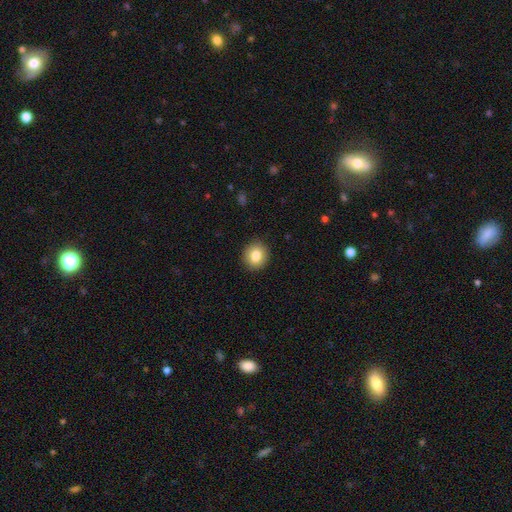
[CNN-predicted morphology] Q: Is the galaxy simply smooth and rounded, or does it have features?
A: smooth — 83%.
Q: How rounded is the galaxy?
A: round — 82%.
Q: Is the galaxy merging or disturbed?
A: none — 91%.